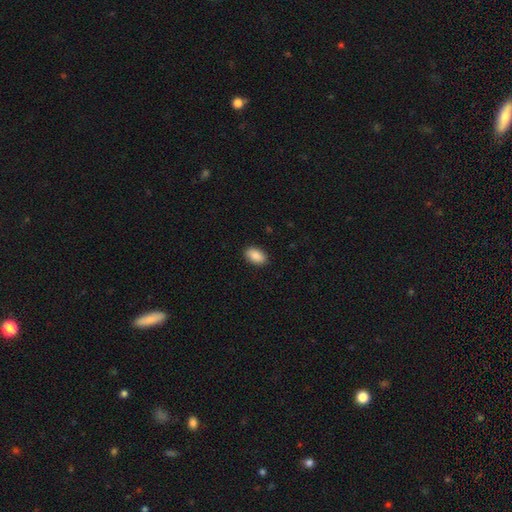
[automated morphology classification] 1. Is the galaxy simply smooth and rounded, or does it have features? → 88% smooth, 7% star or artifact, 5% featured or disk.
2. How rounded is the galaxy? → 92% in between, 6% round, 2% cigar-shaped.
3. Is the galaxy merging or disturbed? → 90% none, 7% minor disturbance, 2% major disturbance, 1% merger.